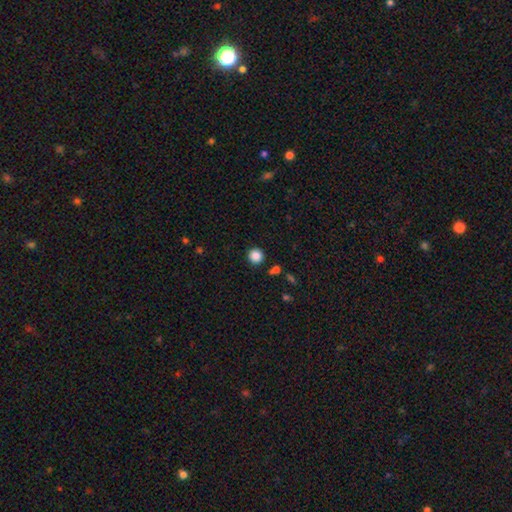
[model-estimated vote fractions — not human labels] The model was most divided on "smooth or featured": smooth: 86%, star or artifact: 10%, featured or disk: 4%. More confident: how rounded — round (94%); merging — none (89%).